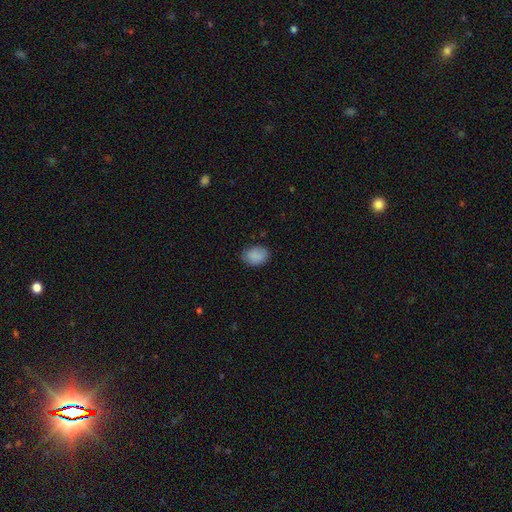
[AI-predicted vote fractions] Overall: smooth (88%). How rounded: in between (72%). Merging: none (79%).